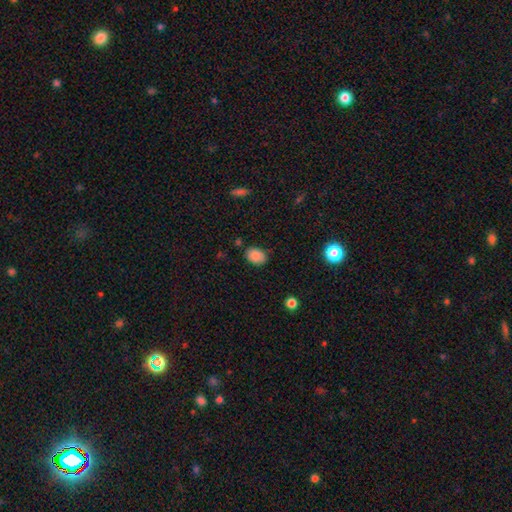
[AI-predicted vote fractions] Smooth or featured: smooth — 87% (star or artifact — 9%)
How rounded: in between — 74% (round — 25%)
Merging: none — 79% (minor disturbance — 15%)